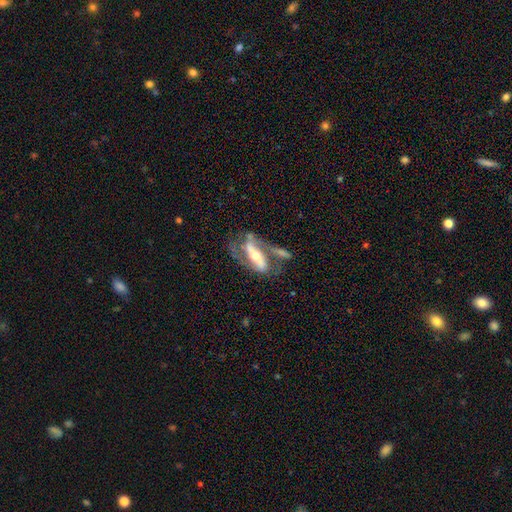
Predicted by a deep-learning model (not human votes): A featured or disk galaxy (80%) with a strong bar (60%), 2 (84%) medium (41%) spiral arms (81%) and a moderate central bulge (60%). Merging: none (48%).